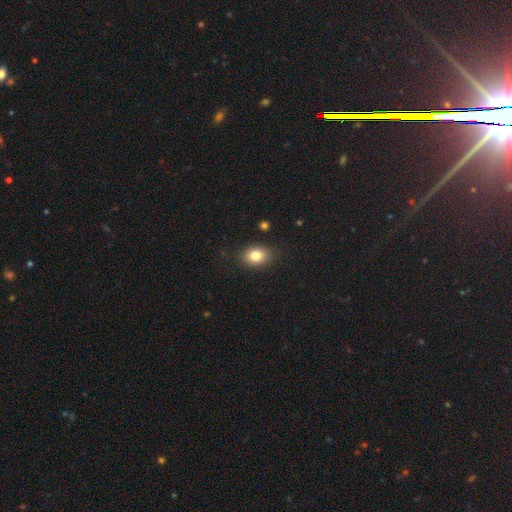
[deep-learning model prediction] The model was most divided on "how rounded": in between: 72%, round: 27%, cigar-shaped: 1%. More confident: merging — none (85%); smooth or featured — smooth (83%).